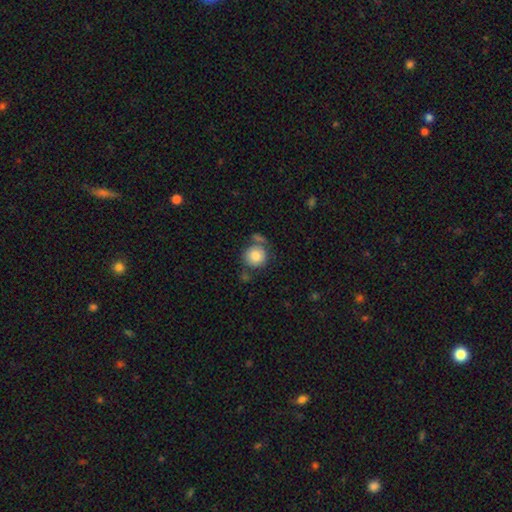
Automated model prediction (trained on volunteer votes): The model was most divided on "merging": none: 60%, merger: 18%, minor disturbance: 15%, major disturbance: 7%. More confident: how rounded — round (91%); smooth or featured — smooth (82%).